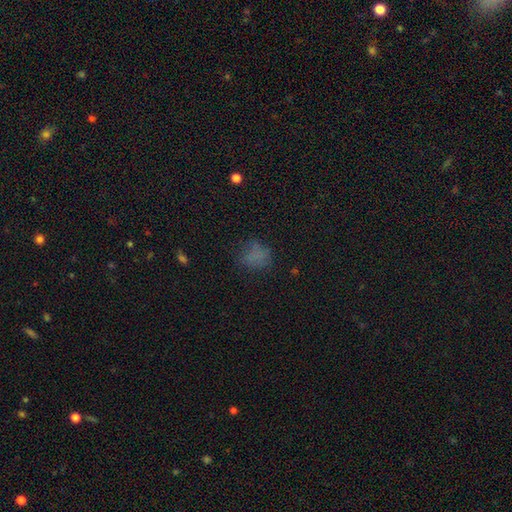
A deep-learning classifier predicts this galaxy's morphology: This appears to be a smooth galaxy with no disk features (63%) that is round (55%). Merging: none (57%).